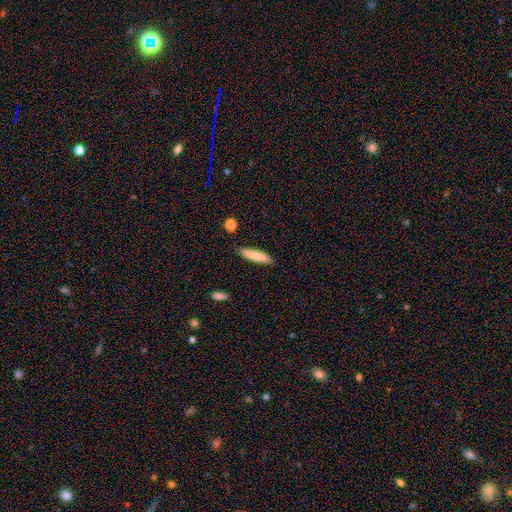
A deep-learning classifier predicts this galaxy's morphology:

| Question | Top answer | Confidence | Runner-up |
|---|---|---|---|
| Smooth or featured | smooth | 83% | featured or disk (11%) |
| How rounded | cigar-shaped | 77% | in between (21%) |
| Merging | none | 89% | minor disturbance (8%) |